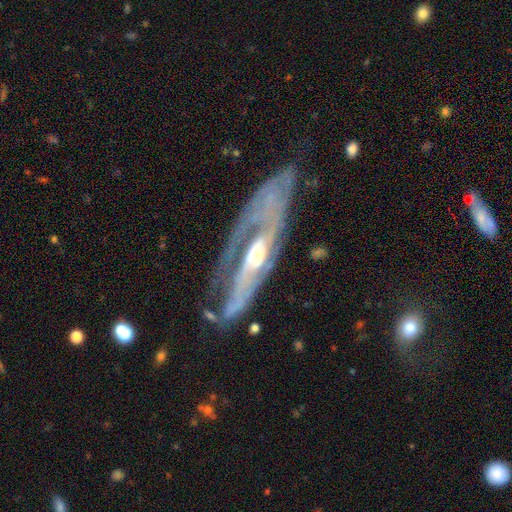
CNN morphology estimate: type=featured or disk (87%); edge-on=no (83%); bar=no (49%); spiral arms=yes (93%); winding=medium (41%); arm count=2 (60%); bulge=moderate (44%); merging=none (57%).